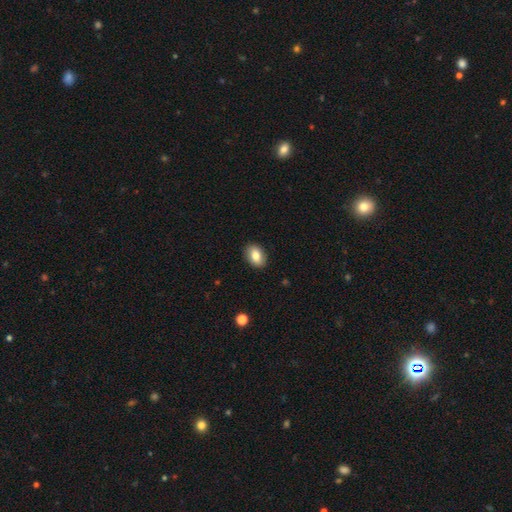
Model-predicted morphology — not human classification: A smooth galaxy with no disk features (82%) that is in between round and cigar-shaped (83%).

Vote fractions:
- Smooth or featured? smooth: 82% / featured or disk: 10% / star or artifact: 8%
- How rounded? in between: 83% / round: 16% / cigar-shaped: 1%
- Merging? none: 89% / minor disturbance: 8% / major disturbance: 2% / merger: 1%